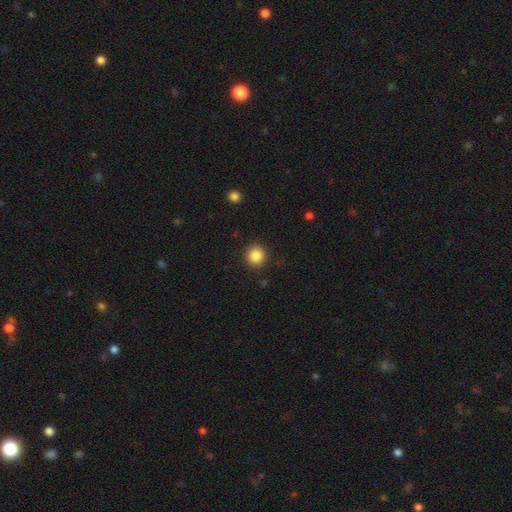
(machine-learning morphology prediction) Smooth or featured? smooth (85%)
How rounded? round (92%)
Merging? none (91%)